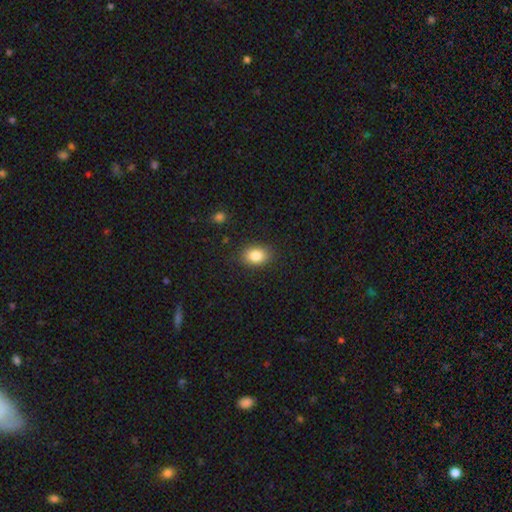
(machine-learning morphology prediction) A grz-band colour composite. It shows a smooth galaxy with no disk features (84%) that is in between round and cigar-shaped (72%). Merging: none (87%).